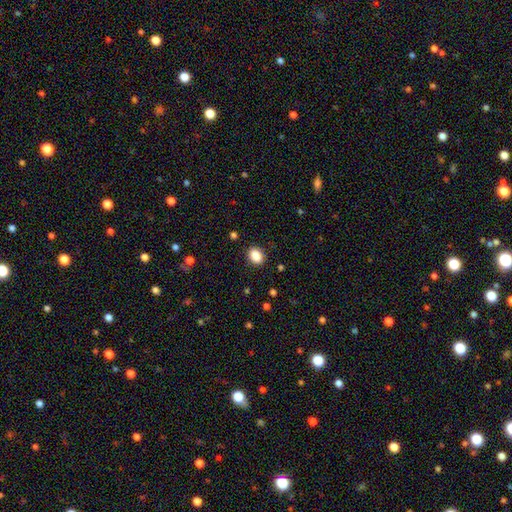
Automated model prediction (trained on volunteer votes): Smooth or featured? Predicted: smooth (p=0.87). How rounded? Predicted: in between (p=0.69). Merging? Predicted: none (p=0.89).